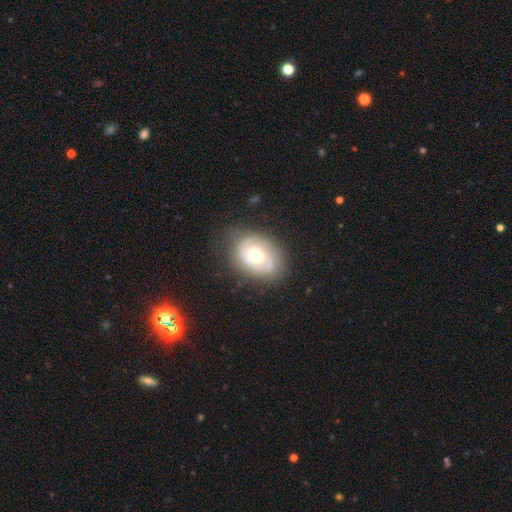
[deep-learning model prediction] Overall: featured or disk (69%). Edge-on disk: no (96%). Bar: no (75%). Spiral arms: yes (77%). Spiral arm count: 2 (46%; can't tell 30%). Spiral winding: tight (63%; medium 27%). Bulge size: moderate (74%). Merging: none (73%).